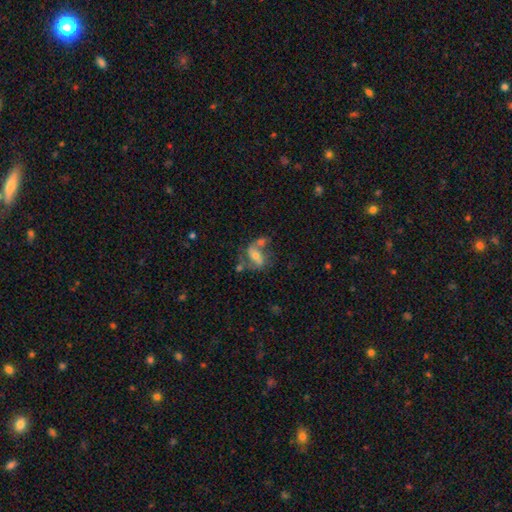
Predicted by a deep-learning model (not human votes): This appears to be a featured or disk galaxy (60%) with no bar (35%, tied with weak), spiral arms (73%) and a moderate central bulge (51%). Merging: none (35%).